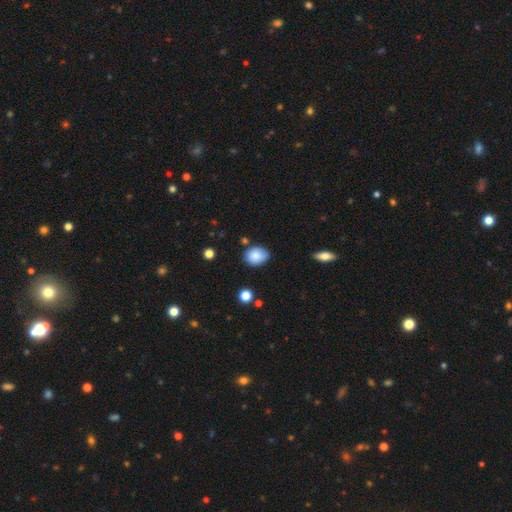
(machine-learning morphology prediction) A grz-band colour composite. It shows a smooth galaxy with no disk features (85%) that is in between round and cigar-shaped (59%). Merging: none (75%).